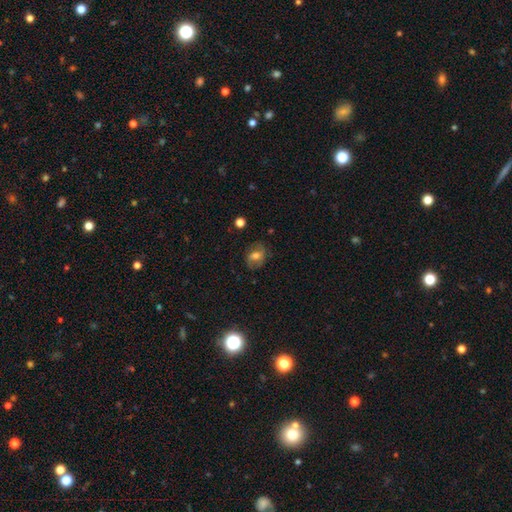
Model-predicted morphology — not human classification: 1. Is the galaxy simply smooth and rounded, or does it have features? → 52% smooth, 38% featured or disk, 11% star or artifact.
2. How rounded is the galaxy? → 60% in between, 38% round, 2% cigar-shaped.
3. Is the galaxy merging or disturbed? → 72% none, 19% minor disturbance, 8% major disturbance, 1% merger.